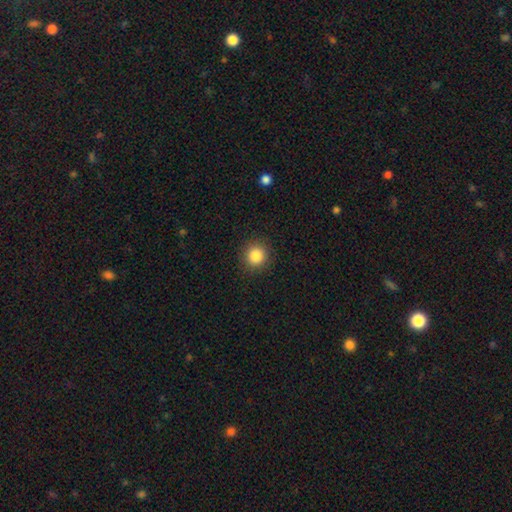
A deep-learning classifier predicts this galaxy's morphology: A smooth galaxy with no disk features (85%) that is round (92%).

Vote fractions:
- Smooth or featured? smooth: 85% / star or artifact: 11% / featured or disk: 5%
- How rounded? round: 92% / in between: 7% / cigar-shaped: 1%
- Merging? none: 91% / minor disturbance: 6% / major disturbance: 2% / merger: 1%